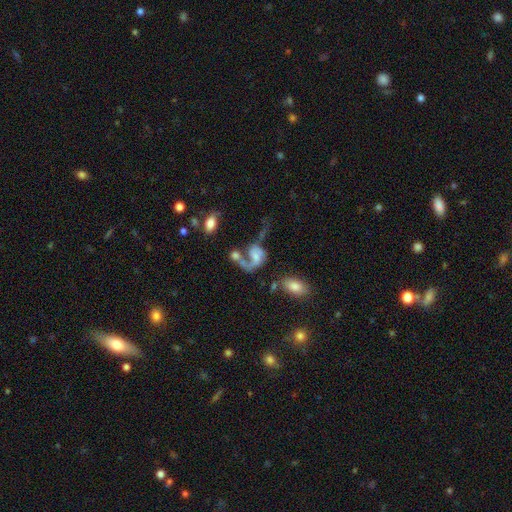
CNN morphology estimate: smooth-or-featured: featured or disk: 65% | smooth: 25% | star or artifact: 11%
  disk-edge-on: no: 97% | yes: 3%
    bar: no: 62% | weak: 29% | strong: 9%
    has-spiral-arms: yes: 79% | no: 21%
    bulge-size: small: 33% | moderate: 28% | none: 27% | large: 9% | dominant: 3%
  merging: merger: 35% | major disturbance: 32% | none: 21% | minor disturbance: 12%